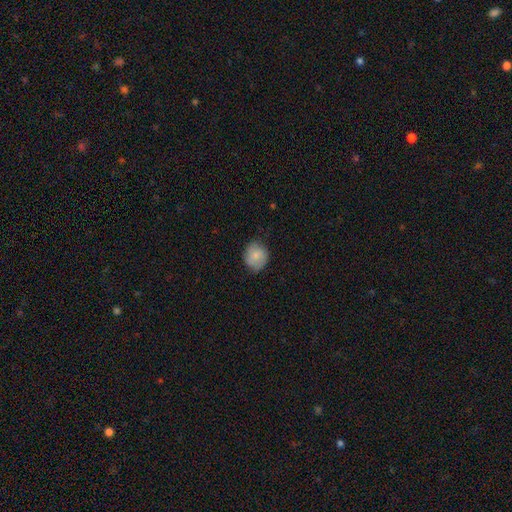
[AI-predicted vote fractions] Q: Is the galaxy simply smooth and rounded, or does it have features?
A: smooth — 80%.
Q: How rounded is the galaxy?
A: round — 77%.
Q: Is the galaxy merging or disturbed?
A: none — 77%.